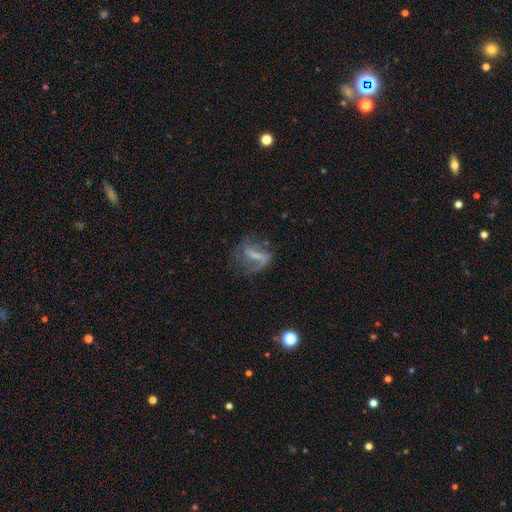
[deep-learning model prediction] featured or disk 67%, smooth 22%, star or artifact 11%. Down the decision tree: edge-on disk — no (94%); bar — strong (49%); spiral arms — yes (74%); bulge size — none (53%); merging — none (44%).